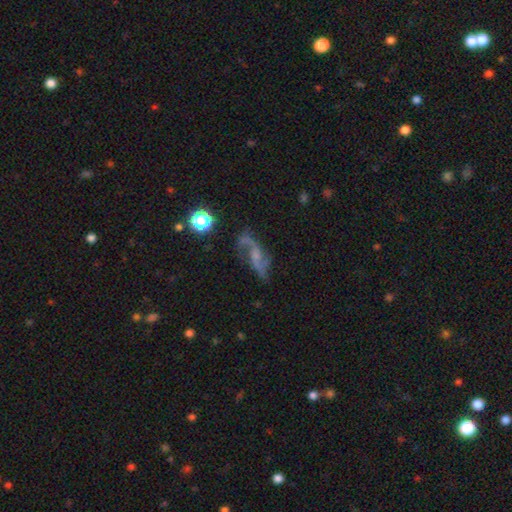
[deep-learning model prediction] This is likely a featured or disk galaxy (79%). It is clearly not viewed edge-on (93%). Bar: marginally weak (43%, tied with no). Spiral arm pattern: clearly yes (93%). Spiral arm count: clearly 2 (90%). Spiral winding: likely loose (71%). Central bulge: marginally small (45%). Merging: likely none (66%).